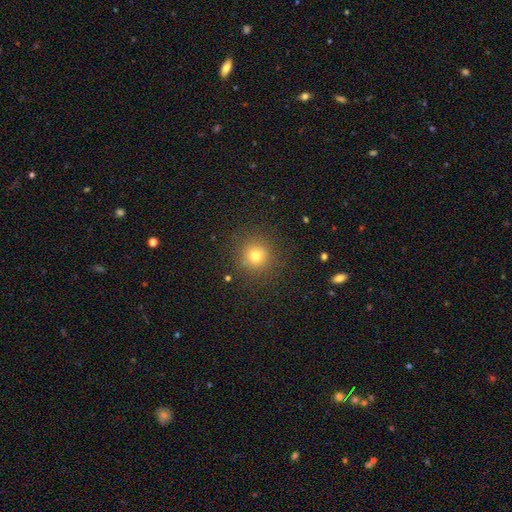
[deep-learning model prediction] This appears to be a smooth galaxy with no disk features (74%) that is round (94%). Merging: none (88%).